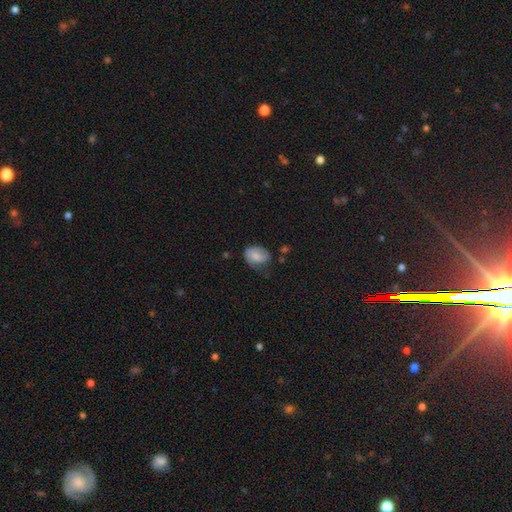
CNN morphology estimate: Smooth or featured? Predicted: smooth (p=0.70). How rounded? Predicted: in between (p=0.71). Merging? Predicted: none (p=0.43).